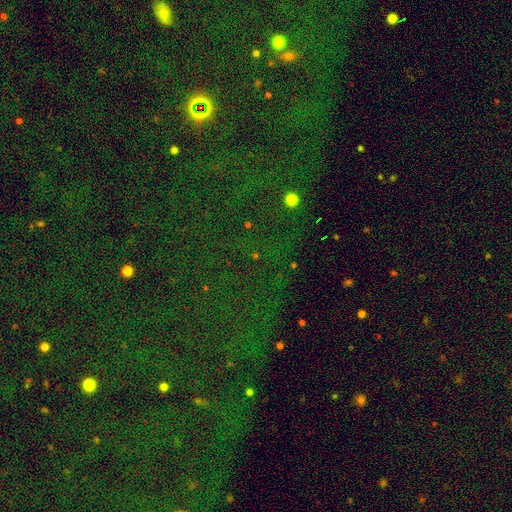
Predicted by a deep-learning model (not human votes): This is likely a star or artifact rather than a galaxy (78%).